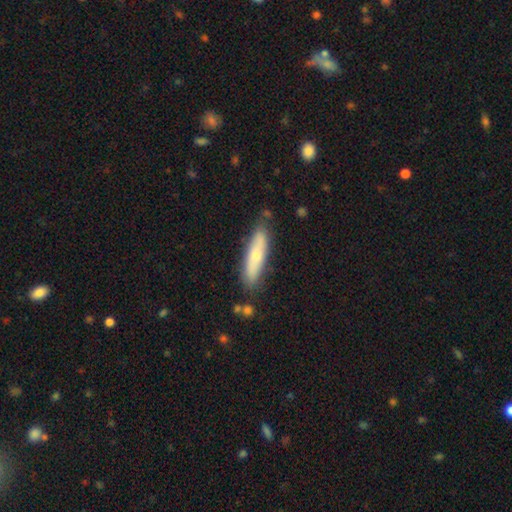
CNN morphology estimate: smooth 60%, featured or disk 34%, star or artifact 6%. Down the decision tree: how rounded — cigar-shaped (72%); merging — none (80%).